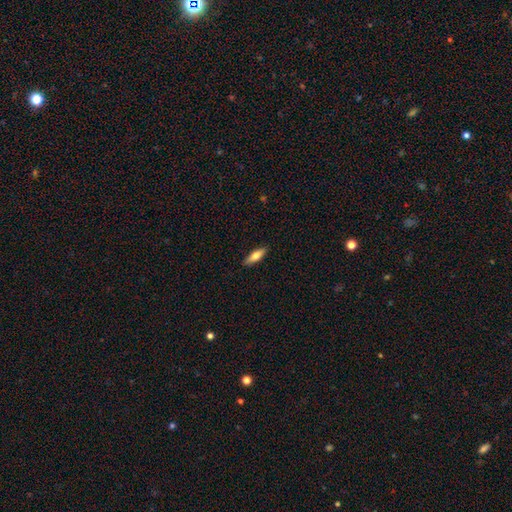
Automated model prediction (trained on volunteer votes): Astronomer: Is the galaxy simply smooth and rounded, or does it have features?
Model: smooth — 69%.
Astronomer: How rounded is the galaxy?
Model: in between — 50% (runner-up: cigar-shaped, 48%).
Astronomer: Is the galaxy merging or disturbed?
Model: none — 89%.